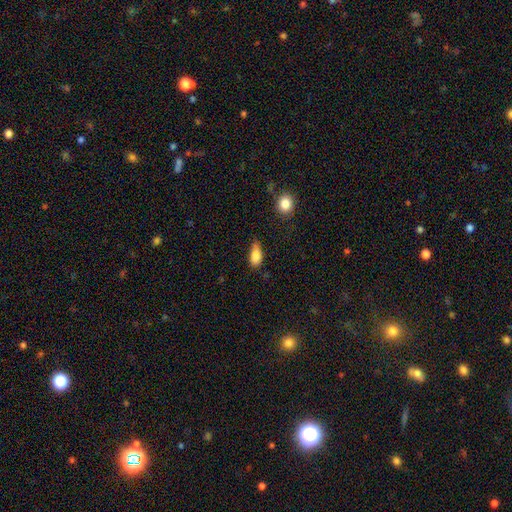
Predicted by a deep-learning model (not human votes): This is clearly a smooth galaxy (85%). How rounded: clearly in between (86%). Merging: marginally minor disturbance (44%).